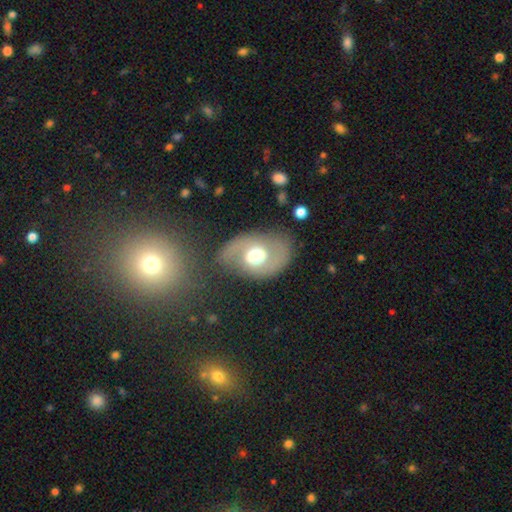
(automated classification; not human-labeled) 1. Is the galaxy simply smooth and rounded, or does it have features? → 55% featured or disk, 36% smooth, 9% star or artifact.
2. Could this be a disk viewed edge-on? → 94% no, 6% yes.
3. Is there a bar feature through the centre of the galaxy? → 56% no, 34% weak, 10% strong.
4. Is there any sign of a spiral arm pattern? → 57% yes, 43% no.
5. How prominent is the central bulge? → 60% moderate, 31% large, 4% small, 4% dominant, 1% none.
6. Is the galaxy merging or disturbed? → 72% none, 16% minor disturbance, 9% major disturbance, 3% merger.